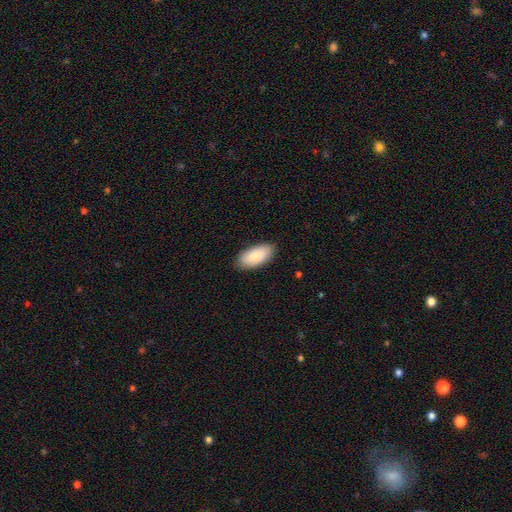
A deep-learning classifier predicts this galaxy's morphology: Smooth or featured?
  - smooth: 83% *
  - featured or disk: 11%
  - star or artifact: 6%
How rounded?
  - in between: 93% *
  - cigar-shaped: 5%
  - round: 2%
Merging?
  - none: 86% *
  - minor disturbance: 11%
  - major disturbance: 2%
  - merger: 1%